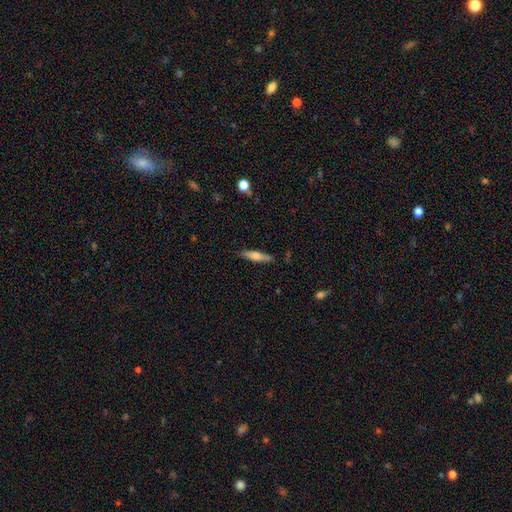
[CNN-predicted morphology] smooth-or-featured: smooth: 58% | featured or disk: 35% | star or artifact: 6%
  how-rounded: cigar-shaped: 81% | in between: 17% | round: 2%
  merging: none: 87% | minor disturbance: 10% | major disturbance: 2% | merger: 1%